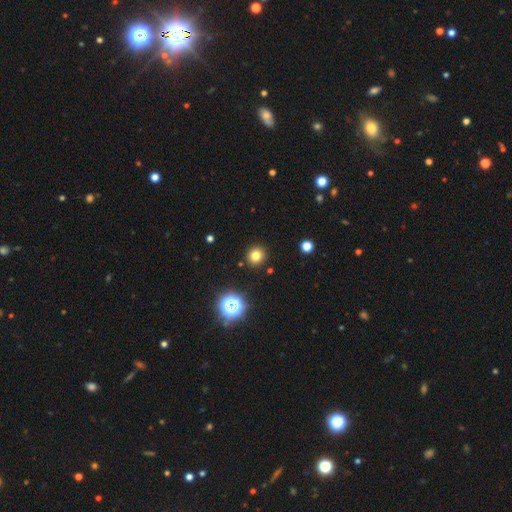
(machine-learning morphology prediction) A smooth galaxy with no disk features (78%) that is round (91%). Merging: none (92%).